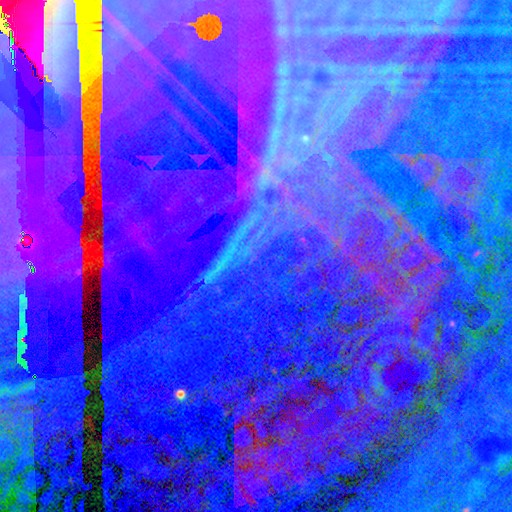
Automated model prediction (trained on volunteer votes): Q: Smooth or featured?
A: star or artifact (89%); runner-up: featured or disk (6%)